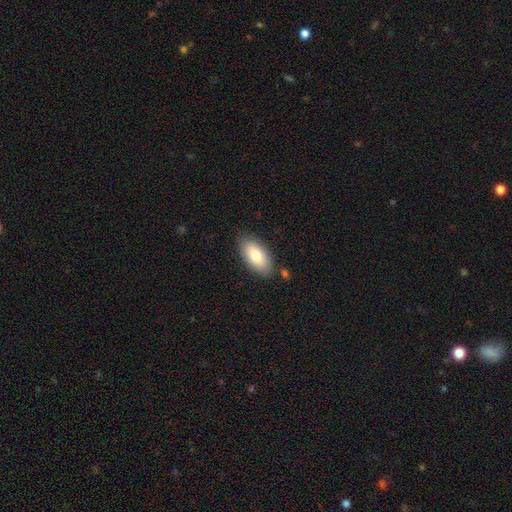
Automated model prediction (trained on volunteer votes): Q: Smooth or featured?
A: smooth (79%); runner-up: featured or disk (15%)
Q: How rounded?
A: in between (92%); runner-up: cigar-shaped (5%)
Q: Merging?
A: none (83%); runner-up: minor disturbance (12%)